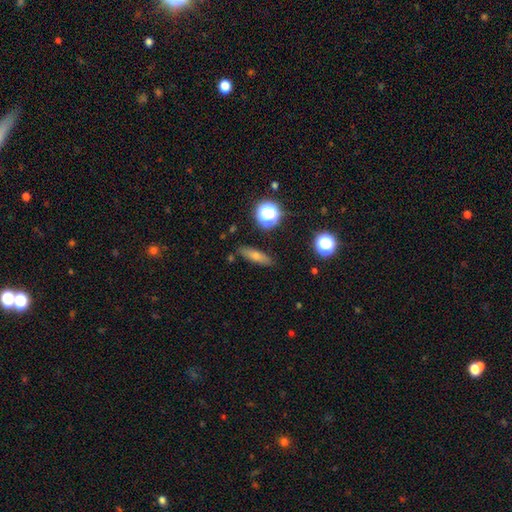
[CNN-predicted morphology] A smooth galaxy with no disk features (52%) that is cigar-shaped (60%).

Vote fractions:
- Smooth or featured? smooth: 52% / featured or disk: 29% / star or artifact: 19%
- How rounded? cigar-shaped: 60% / in between: 30% / round: 10%
- Merging? none: 86% / minor disturbance: 9% / major disturbance: 2% / merger: 2%